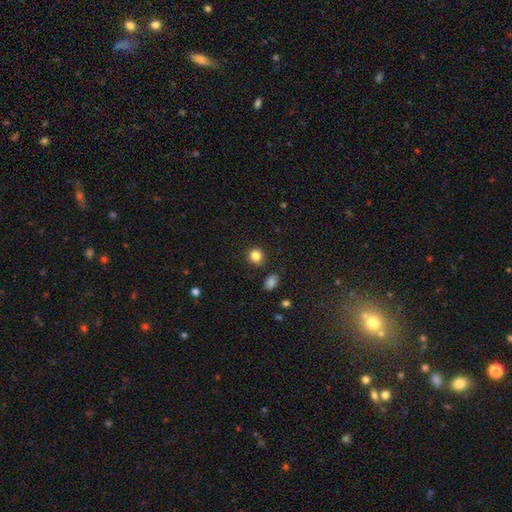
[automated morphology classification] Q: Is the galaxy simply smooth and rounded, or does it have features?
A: smooth — 84%.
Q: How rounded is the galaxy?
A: round — 87%.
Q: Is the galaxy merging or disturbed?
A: none — 88%.